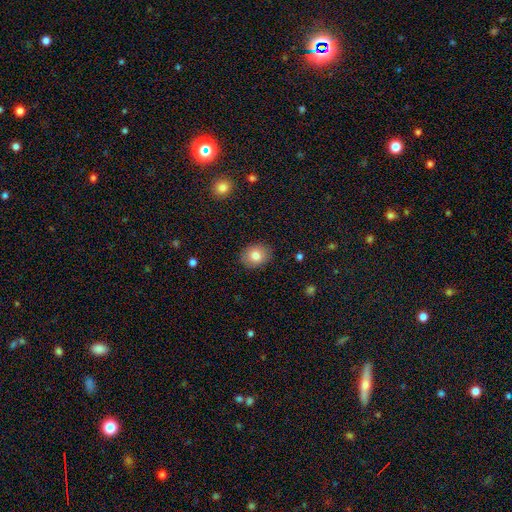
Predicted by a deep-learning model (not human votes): A smooth galaxy with no disk features (82%) that is round (52%).

Vote fractions:
- Smooth or featured? smooth: 82% / featured or disk: 10% / star or artifact: 9%
- How rounded? round: 52% / in between: 47% / cigar-shaped: 1%
- Merging? none: 88% / minor disturbance: 9% / major disturbance: 2% / merger: 1%